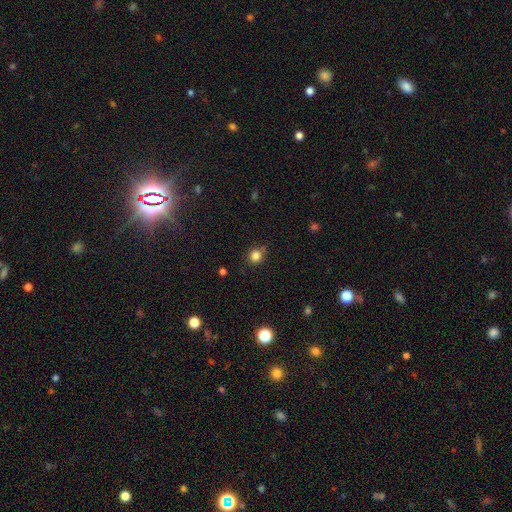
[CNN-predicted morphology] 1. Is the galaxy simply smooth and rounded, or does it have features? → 82% smooth, 13% star or artifact, 5% featured or disk.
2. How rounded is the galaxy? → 84% round, 15% in between, 1% cigar-shaped.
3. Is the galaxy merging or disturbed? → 76% none, 14% minor disturbance, 6% merger, 4% major disturbance.